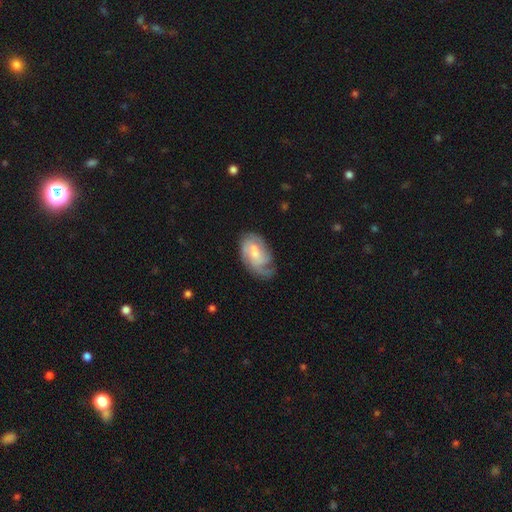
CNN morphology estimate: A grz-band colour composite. It shows a featured or disk galaxy (68%) with no bar (46%), tight (43%) spiral arms (88%) and a small central bulge (46%). Merging: none (51%).